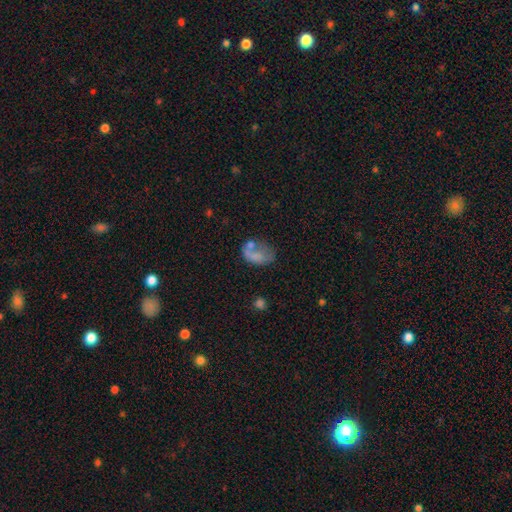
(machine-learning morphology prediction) Q: Smooth or featured?
A: smooth (60%); runner-up: featured or disk (29%)
Q: How rounded?
A: in between (84%); runner-up: round (14%)
Q: Merging?
A: major disturbance (31%); runner-up: none (27%)